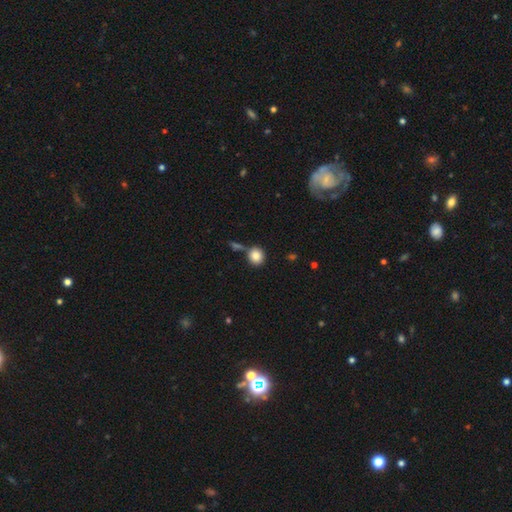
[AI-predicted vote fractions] smooth_or_featured: smooth (p=0.85) [alt: star or artifact p=0.09]
how_rounded: round (p=0.82) [alt: in between p=0.17]
merging: none (p=0.72) [alt: merger p=0.14]